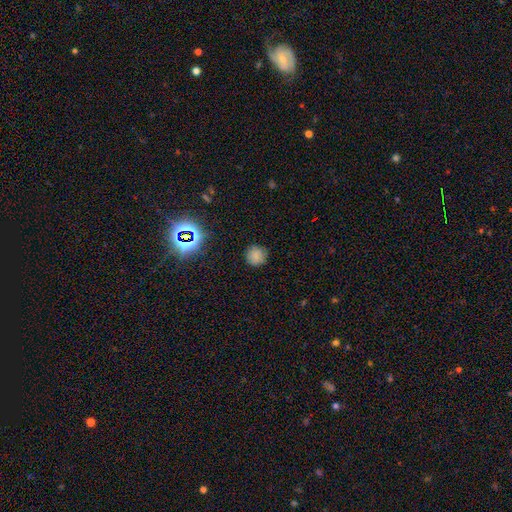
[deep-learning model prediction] smooth-or-featured: smooth: 76% | star or artifact: 18% | featured or disk: 6%
  how-rounded: round: 92% | in between: 7% | cigar-shaped: 1%
  merging: none: 83% | minor disturbance: 12% | major disturbance: 3% | merger: 1%